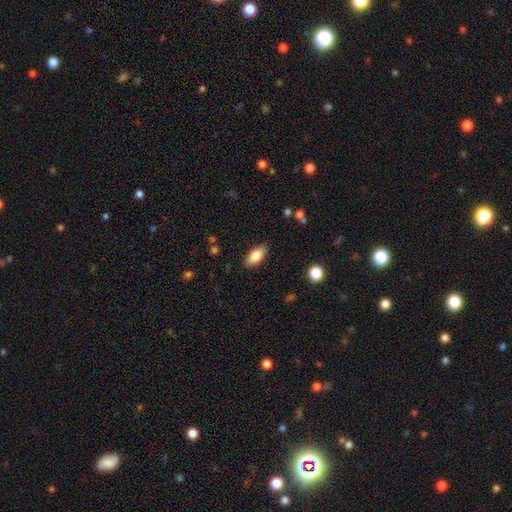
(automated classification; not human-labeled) Smooth or featured? Predicted: smooth (p=0.84). How rounded? Predicted: in between (p=0.87). Merging? Predicted: none (p=0.86).